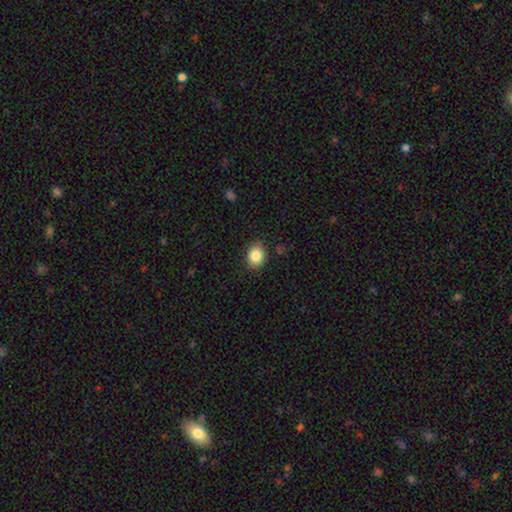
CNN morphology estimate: This is clearly a smooth galaxy (85%). How rounded: possibly round (54%). Merging: clearly none (86%).